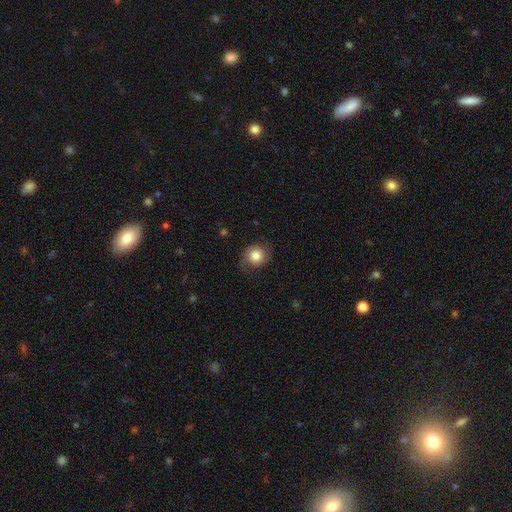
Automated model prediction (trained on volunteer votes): Morphology: type=smooth (68%); roundness=round (77%); merging=none (72%).